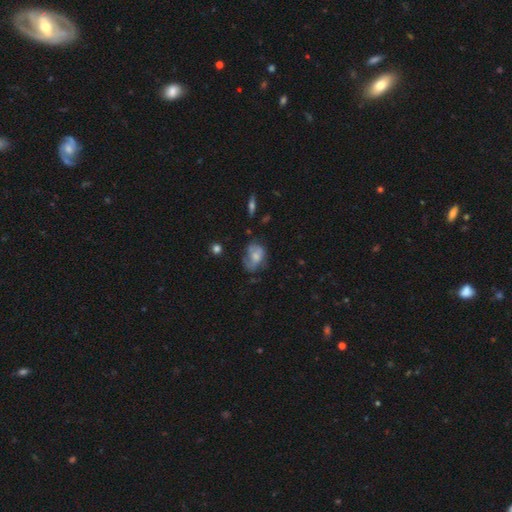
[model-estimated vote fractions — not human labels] This appears to be a smooth galaxy with no disk features (51%) that is in between round and cigar-shaped (72%). Merging: none (39%).